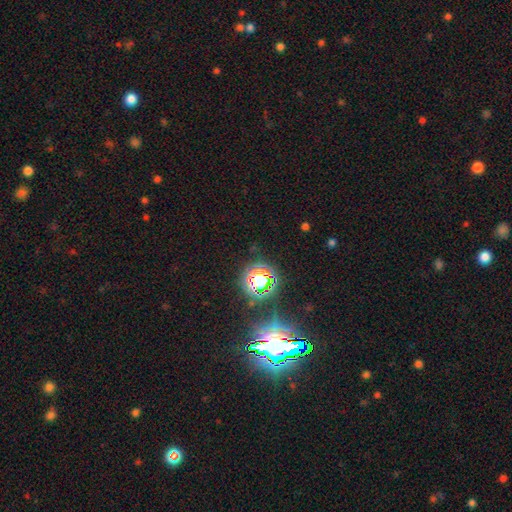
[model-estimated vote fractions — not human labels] Smooth or featured?
  - star or artifact: 80% *
  - smooth: 13%
  - featured or disk: 7%